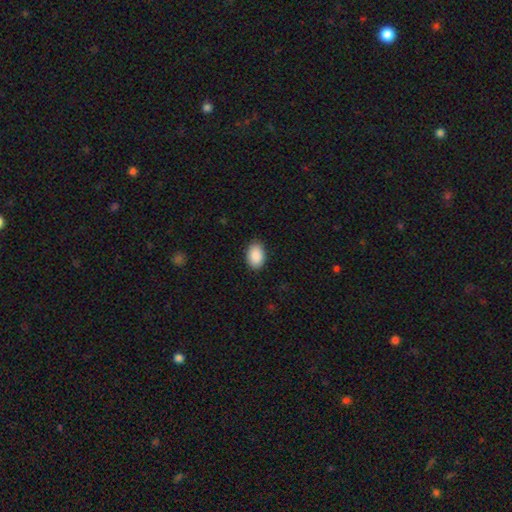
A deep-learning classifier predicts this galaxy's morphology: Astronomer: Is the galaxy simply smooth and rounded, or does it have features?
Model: smooth — 91%.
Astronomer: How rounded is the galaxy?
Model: in between — 88%.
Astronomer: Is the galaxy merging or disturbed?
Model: none — 88%.